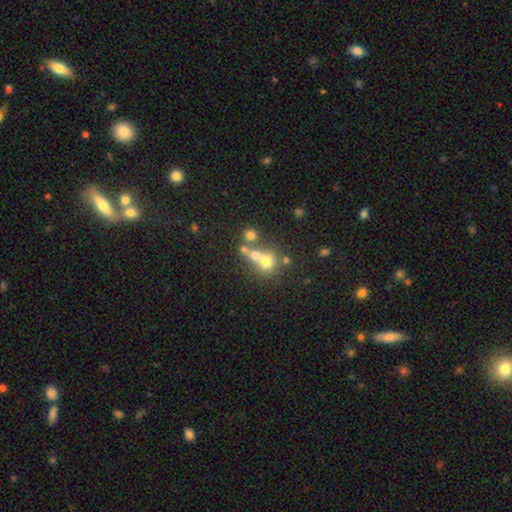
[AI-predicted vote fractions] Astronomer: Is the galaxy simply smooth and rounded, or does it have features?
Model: smooth — 62%.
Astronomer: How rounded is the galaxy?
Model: round — 79%.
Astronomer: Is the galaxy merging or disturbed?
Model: merger — 50% (runner-up: none, 38%).